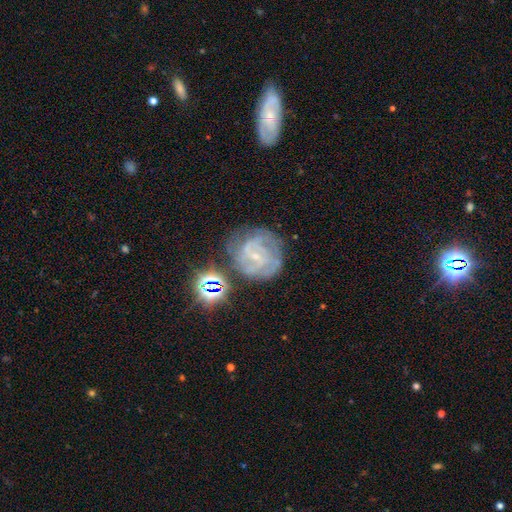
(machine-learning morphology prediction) smooth-or-featured: featured or disk: 73% | smooth: 14% | star or artifact: 13%
  disk-edge-on: no: 97% | yes: 3%
    bar: weak: 49% | no: 35% | strong: 17%
    has-spiral-arms: yes: 86% | no: 14%
      spiral-winding: tight: 58% | medium: 33% | loose: 9%
      spiral-arm-count: can't tell: 43% | 2: 23% | 3: 17% | 4: 8% | 1: 5% | more than 4: 5%
    bulge-size: small: 75% | moderate: 12% | none: 11% | large: 1% | dominant: 1%
  merging: none: 62% | minor disturbance: 20% | major disturbance: 12% | merger: 6%